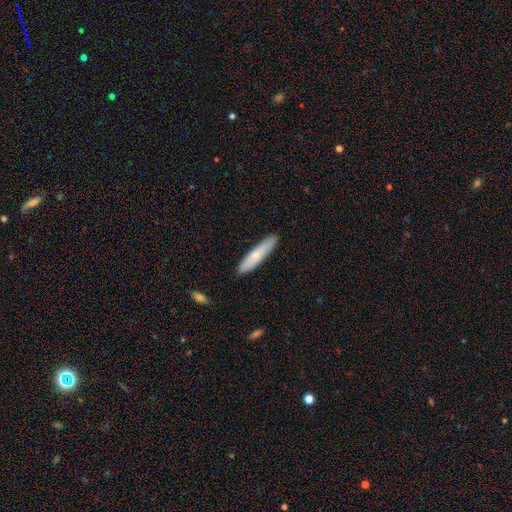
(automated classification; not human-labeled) Q: Smooth or featured?
A: smooth (67%); runner-up: featured or disk (28%)
Q: How rounded?
A: cigar-shaped (87%); runner-up: in between (12%)
Q: Merging?
A: none (88%); runner-up: minor disturbance (9%)